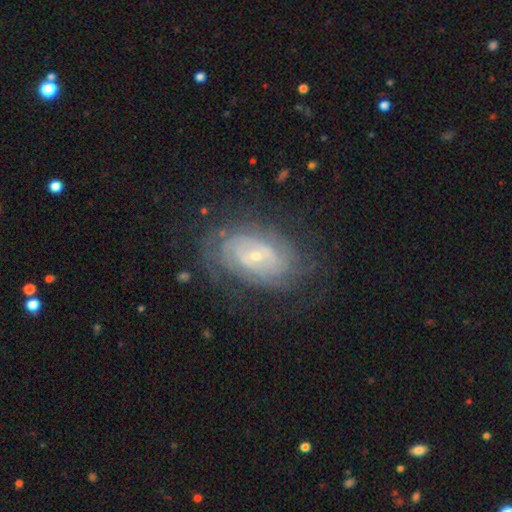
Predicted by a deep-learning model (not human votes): A featured or disk galaxy (82%) with no bar (55%), tight (74%) spiral arms (92%) and a small central bulge (72%).

Vote fractions:
- Smooth or featured? featured or disk: 82% / smooth: 11% / star or artifact: 7%
- Edge-on disk? no: 96% / yes: 4%
- Bar? no: 55% / weak: 35% / strong: 11%
- Spiral arms? yes: 92% / no: 8%
- Spiral winding? tight: 74% / medium: 20% / loose: 6%
- Spiral arm count? can't tell: 46% / 2: 26% / 3: 10% / 4: 8% / more than 4: 5% / 1: 5%
- Bulge size? small: 72% / moderate: 24% / large: 2% / none: 1% / dominant: 1%
- Merging? none: 72% / minor disturbance: 17% / major disturbance: 9% / merger: 1%